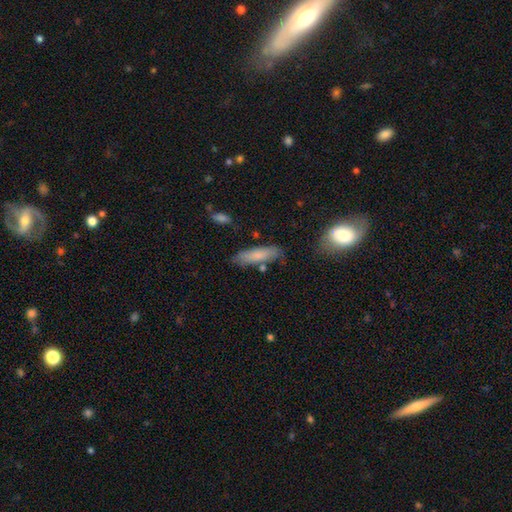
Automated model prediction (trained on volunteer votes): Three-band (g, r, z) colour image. It shows a smooth galaxy with no disk features (71%) that is cigar-shaped (62%). Merging: none (75%).